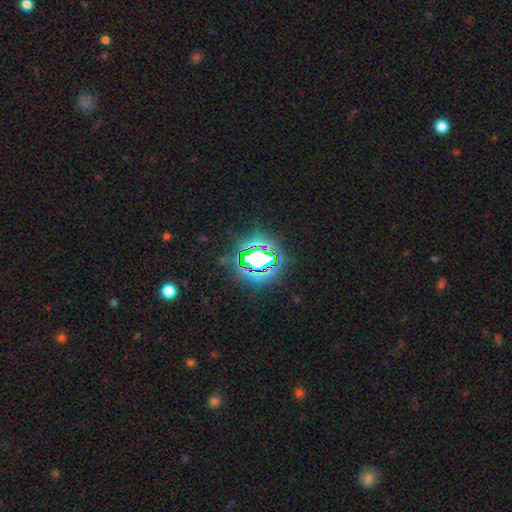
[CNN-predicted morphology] A star or artifact, not a galaxy (68%).

Vote fractions:
- Smooth or featured? star or artifact: 68% / smooth: 19% / featured or disk: 13%